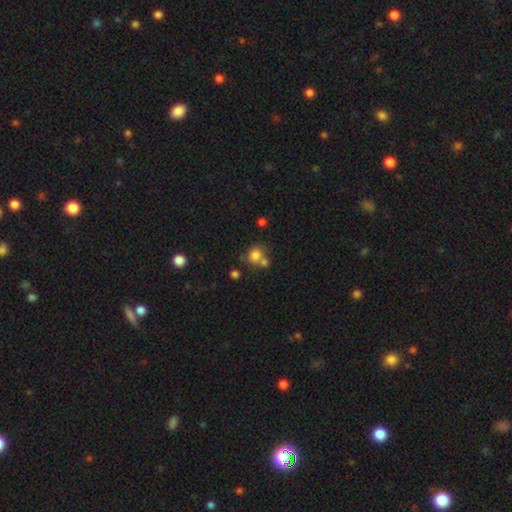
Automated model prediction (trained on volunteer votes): Overall: smooth (79%). How rounded: round (81%). Merging: none (53%; merger 32%).